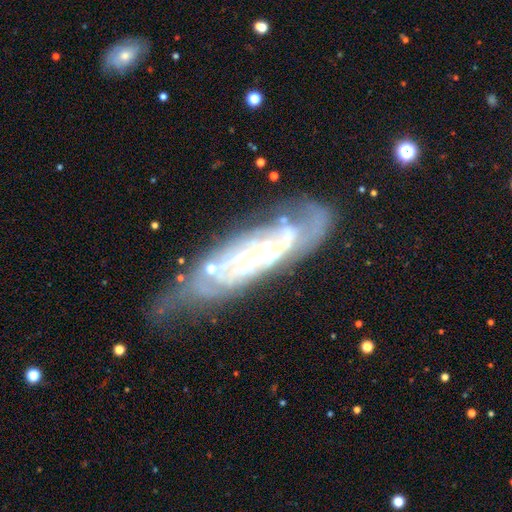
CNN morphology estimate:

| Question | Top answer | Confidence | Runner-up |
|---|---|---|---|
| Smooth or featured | featured or disk | 82% | smooth (10%) |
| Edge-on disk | no | 79% | yes (21%) |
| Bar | no | 55% | weak (28%) |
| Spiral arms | yes | 88% | no (12%) |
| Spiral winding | tight | 67% | medium (26%) |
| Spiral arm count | can't tell | 51% | 2 (23%) |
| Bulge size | small | 65% | moderate (25%) |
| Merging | none | 53% | minor disturbance (26%) |